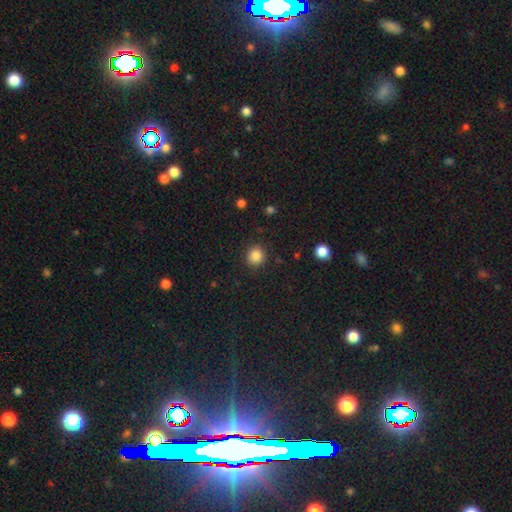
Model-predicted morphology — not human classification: Smooth or featured: smooth — 86% (star or artifact — 10%)
How rounded: round — 89% (in between — 11%)
Merging: none — 90% (minor disturbance — 7%)